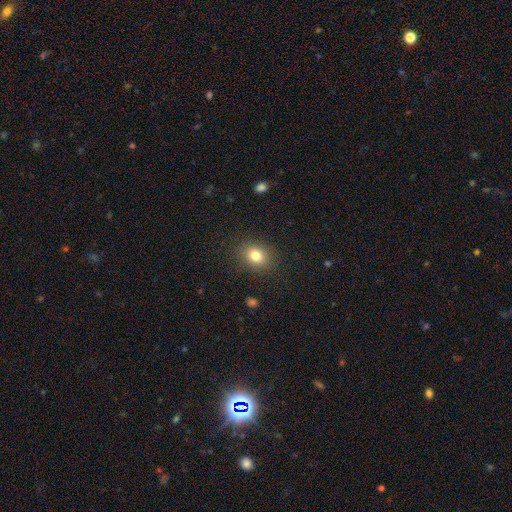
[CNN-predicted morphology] smooth_or_featured: smooth (p=0.80) [alt: star or artifact p=0.11]
how_rounded: round (p=0.53) [alt: in between p=0.46]
merging: none (p=0.87) [alt: minor disturbance p=0.08]